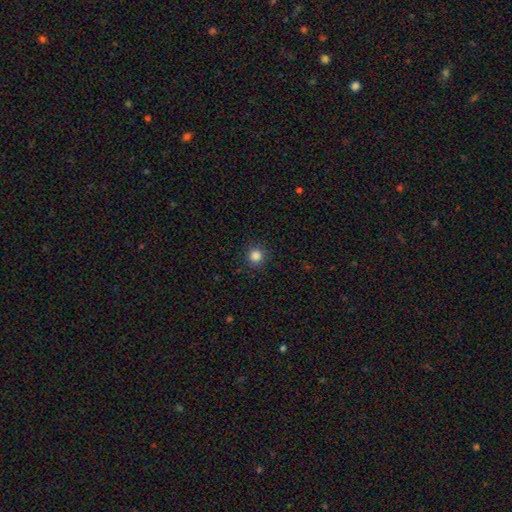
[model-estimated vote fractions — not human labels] The model was most divided on "smooth or featured": smooth: 85%, star or artifact: 11%, featured or disk: 3%. More confident: how rounded — round (93%); merging — none (90%).